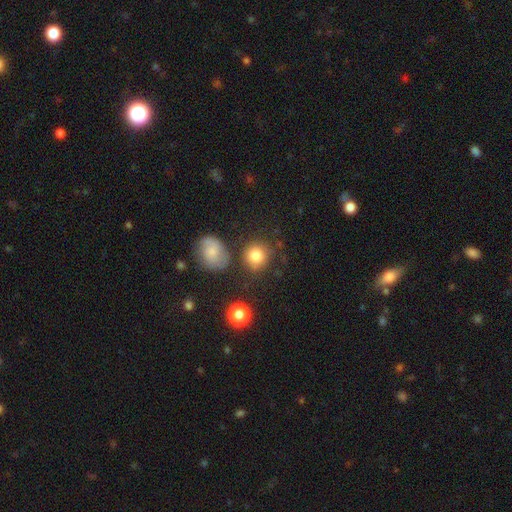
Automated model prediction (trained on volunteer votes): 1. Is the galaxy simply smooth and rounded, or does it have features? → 83% smooth, 10% star or artifact, 7% featured or disk.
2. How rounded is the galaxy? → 85% round, 14% in between, 1% cigar-shaped.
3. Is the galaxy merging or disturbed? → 73% none, 14% minor disturbance, 9% merger, 5% major disturbance.